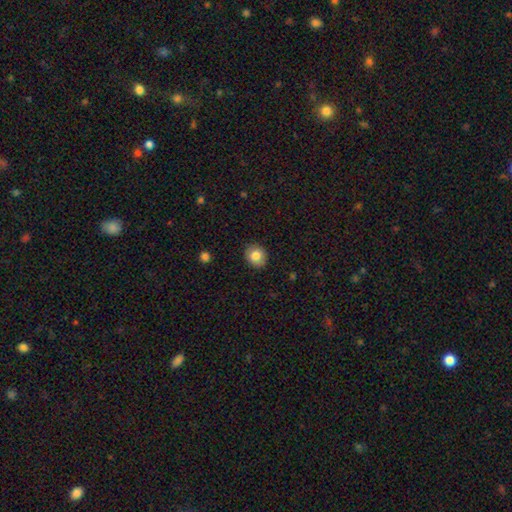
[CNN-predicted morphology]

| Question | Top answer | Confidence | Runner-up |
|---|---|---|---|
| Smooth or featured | smooth | 81% | featured or disk (10%) |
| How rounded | round | 70% | in between (29%) |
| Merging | none | 88% | minor disturbance (9%) |